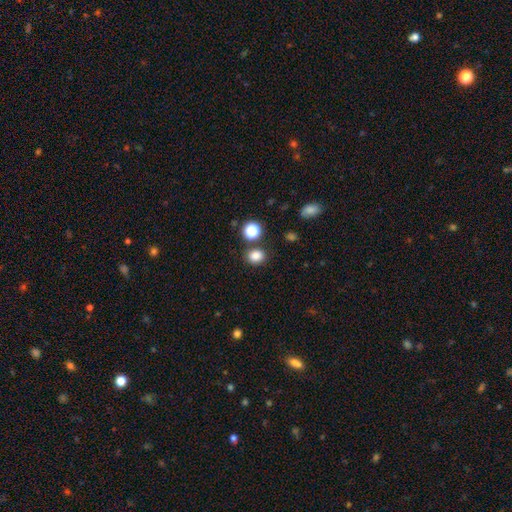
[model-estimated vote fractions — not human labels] smooth-or-featured: smooth: 82% | star or artifact: 13% | featured or disk: 4%
  how-rounded: round: 59% | in between: 40% | cigar-shaped: 1%
  merging: none: 80% | minor disturbance: 10% | merger: 7% | major disturbance: 3%